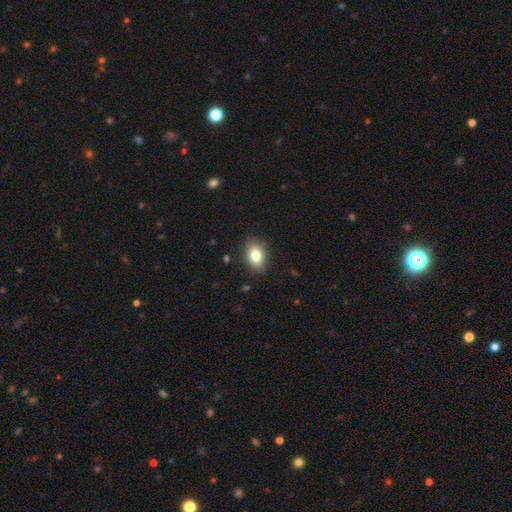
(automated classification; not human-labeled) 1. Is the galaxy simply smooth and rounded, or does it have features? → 80% smooth, 11% featured or disk, 9% star or artifact.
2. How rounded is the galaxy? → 81% in between, 17% round, 2% cigar-shaped.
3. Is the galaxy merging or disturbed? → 85% none, 12% minor disturbance, 3% major disturbance, 1% merger.